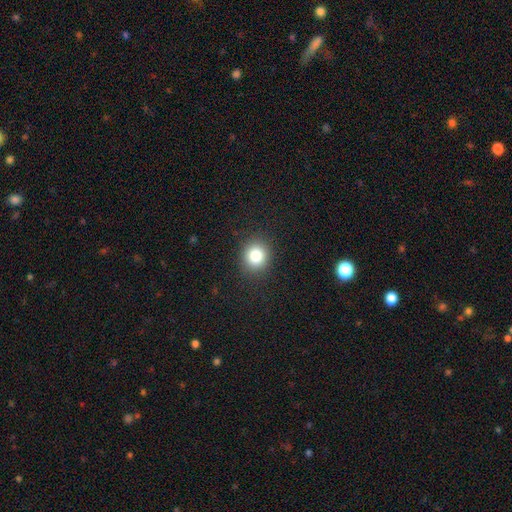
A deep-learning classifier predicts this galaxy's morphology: Smooth or featured?
  - smooth: 82% *
  - star or artifact: 11%
  - featured or disk: 6%
How rounded?
  - round: 84% *
  - in between: 15%
  - cigar-shaped: 1%
Merging?
  - none: 90% *
  - minor disturbance: 7%
  - major disturbance: 2%
  - merger: 1%